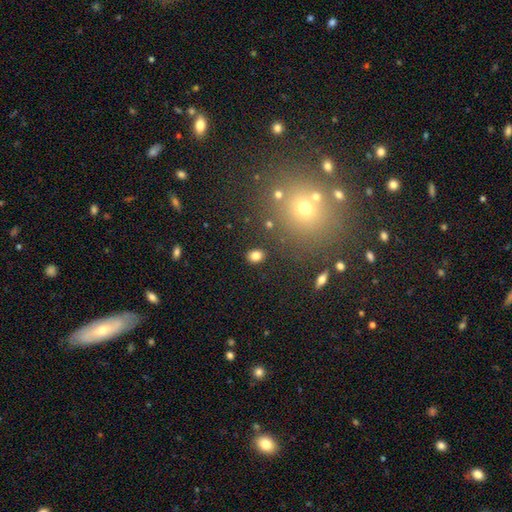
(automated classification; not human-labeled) smooth-or-featured: smooth: 82% | star or artifact: 12% | featured or disk: 6%
  how-rounded: in between: 50% | round: 49% | cigar-shaped: 1%
  merging: none: 86% | minor disturbance: 8% | merger: 3% | major disturbance: 3%